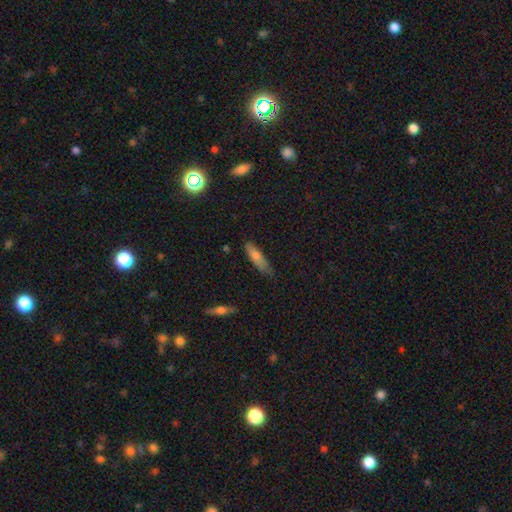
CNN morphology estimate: This is likely a smooth galaxy (66%). How rounded: likely cigar-shaped (72%). Merging: likely none (71%).